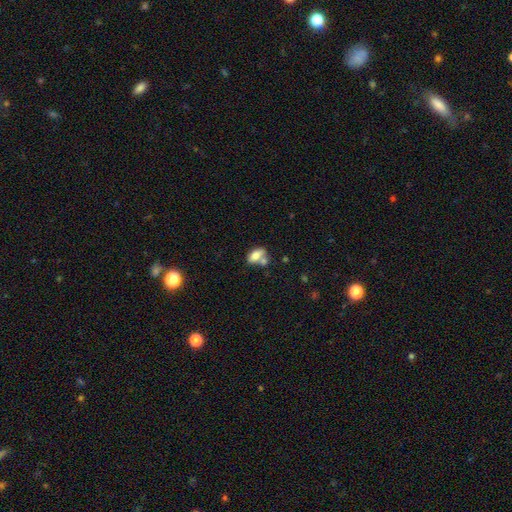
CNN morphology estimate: This is likely a smooth galaxy (72%). How rounded: clearly in between (86%). Merging: marginally merger (41%).